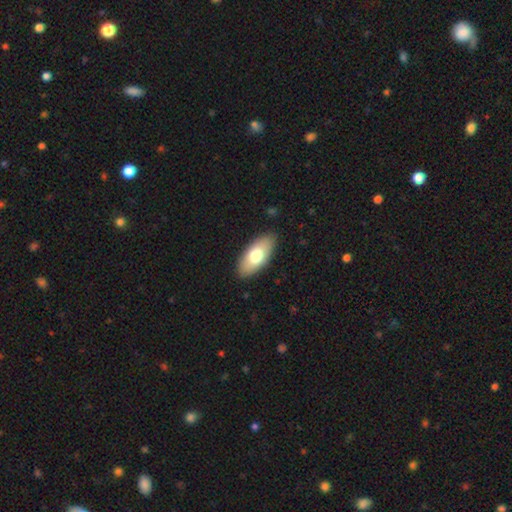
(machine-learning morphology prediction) type=smooth (71%); roundness=in between (89%); merging=none (88%).